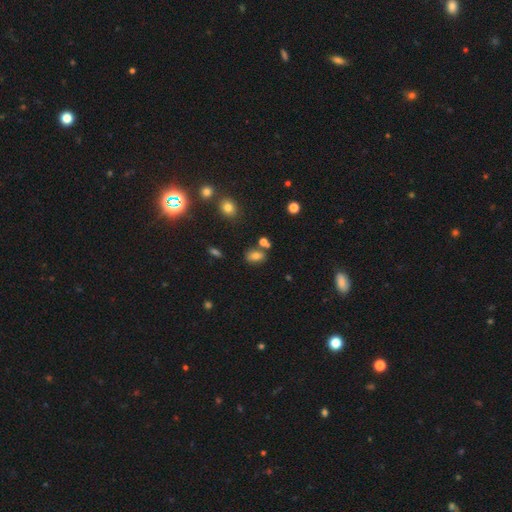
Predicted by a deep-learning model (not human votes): A smooth galaxy with no disk features (75%) that is in between round and cigar-shaped (81%).

Vote fractions:
- Smooth or featured? smooth: 75% / star or artifact: 14% / featured or disk: 12%
- How rounded? in between: 81% / round: 16% / cigar-shaped: 3%
- Merging? none: 67% / merger: 16% / minor disturbance: 13% / major disturbance: 4%